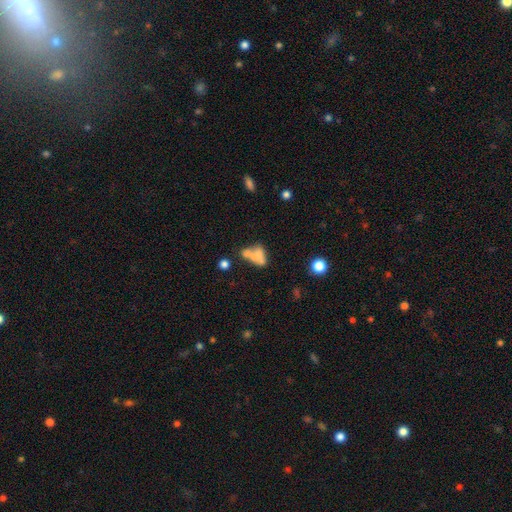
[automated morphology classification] Overall: smooth (58%; featured or disk 30%). How rounded: in between (78%). Merging: merger (54%; none 22%).